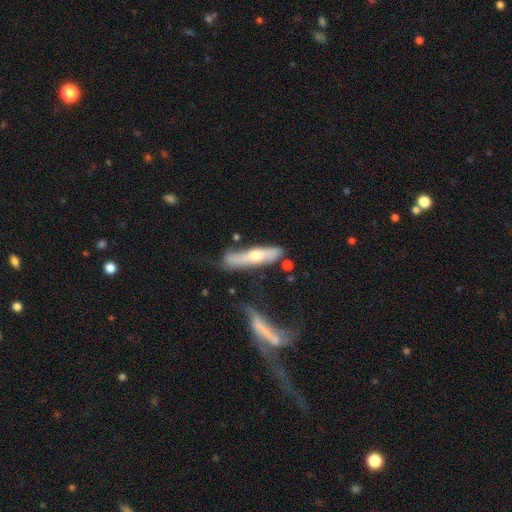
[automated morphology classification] Smooth or featured?
  - featured or disk: 56% *
  - smooth: 38%
  - star or artifact: 6%
Edge-on disk?
  - yes: 72% *
  - no: 28%
Merging?
  - none: 55% *
  - minor disturbance: 23%
  - merger: 13%
  - major disturbance: 9%